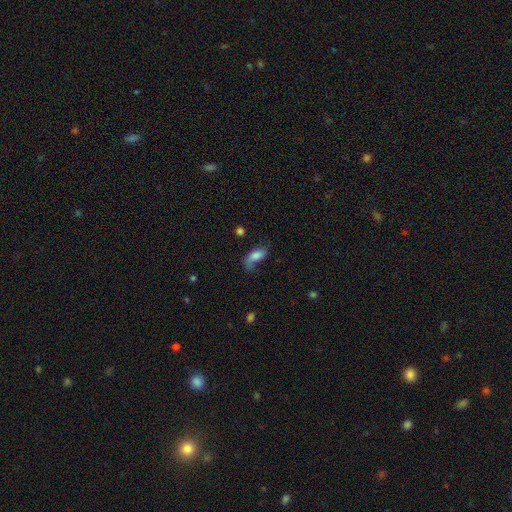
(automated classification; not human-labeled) smooth_or_featured: smooth (p=0.64) [alt: featured or disk p=0.27]
how_rounded: in between (p=0.82) [alt: cigar-shaped p=0.13]
merging: none (p=0.39) [alt: minor disturbance p=0.29]